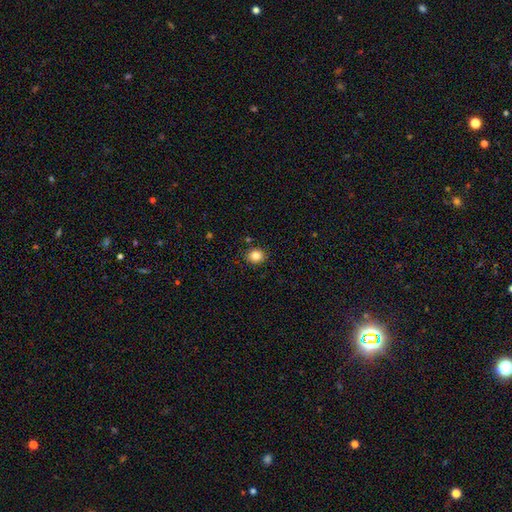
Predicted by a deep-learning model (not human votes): smooth-or-featured: smooth: 84% | star or artifact: 11% | featured or disk: 5%
  how-rounded: round: 77% | in between: 22% | cigar-shaped: 1%
  merging: none: 87% | minor disturbance: 9% | merger: 2% | major disturbance: 2%